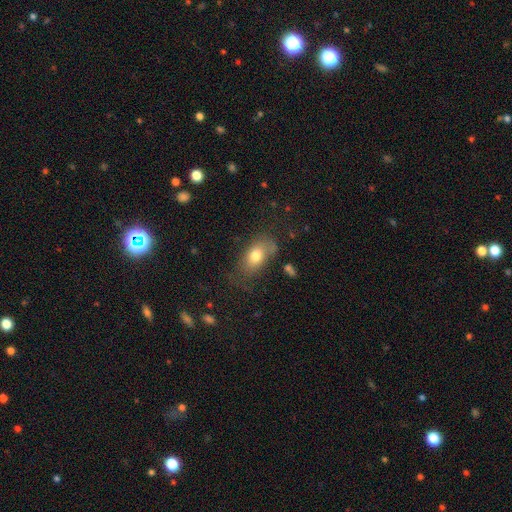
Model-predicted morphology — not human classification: A smooth galaxy with no disk features (74%) that is in between round and cigar-shaped (86%). Merging: none (58%).